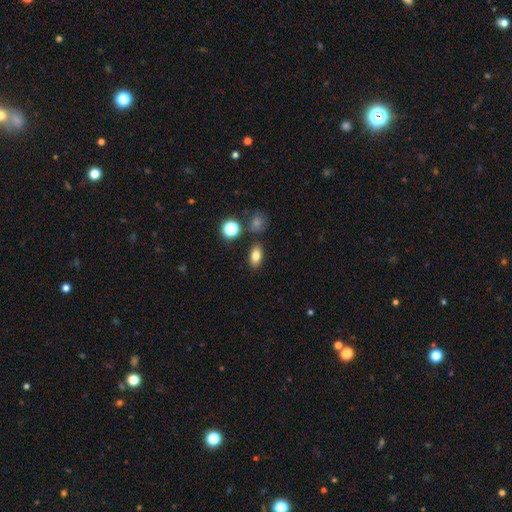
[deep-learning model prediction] Smooth or featured? smooth (78%)
How rounded? in between (84%)
Merging? none (83%)